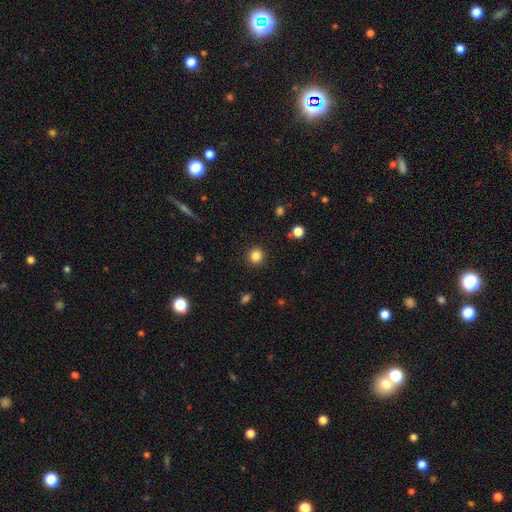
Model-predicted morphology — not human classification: type=smooth (84%); roundness=round (92%); merging=none (91%).